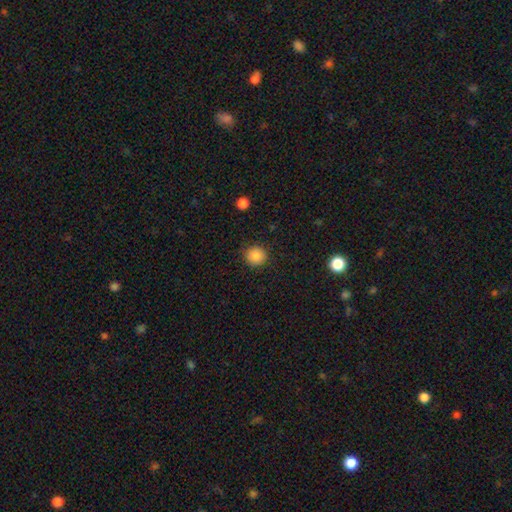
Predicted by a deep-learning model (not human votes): smooth_or_featured: smooth (p=0.87) [alt: star or artifact p=0.10]
how_rounded: round (p=0.93) [alt: in between p=0.06]
merging: none (p=0.90) [alt: minor disturbance p=0.06]